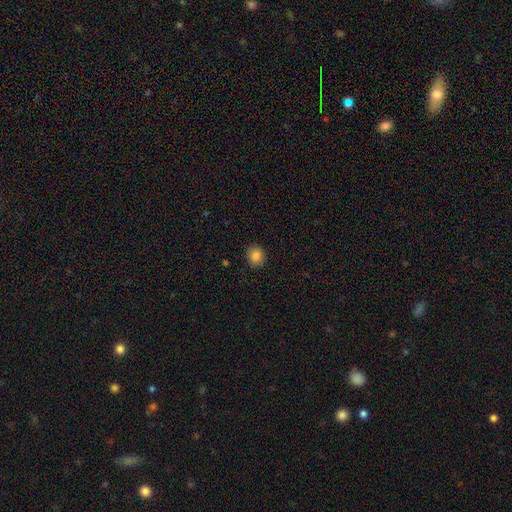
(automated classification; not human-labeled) Q: Smooth or featured?
A: smooth (84%); runner-up: star or artifact (10%)
Q: How rounded?
A: round (72%); runner-up: in between (27%)
Q: Merging?
A: none (90%); runner-up: minor disturbance (7%)